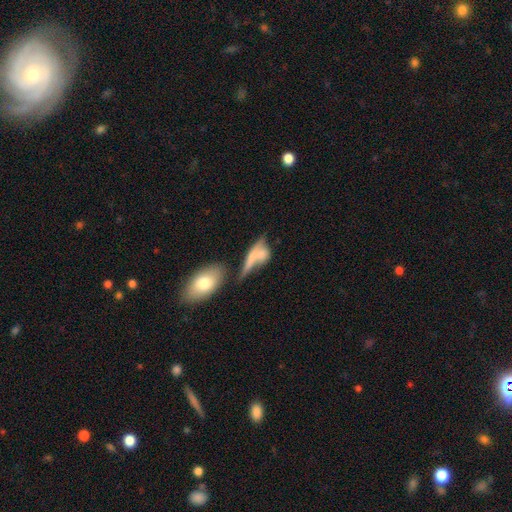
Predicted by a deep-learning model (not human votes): Overall: smooth (57%; featured or disk 34%). How rounded: in between (48%; cigar-shaped 38%). Merging: merger (43%; none 28%).